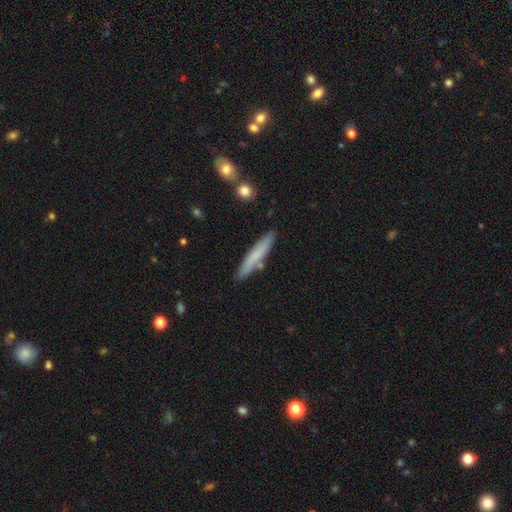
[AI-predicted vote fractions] Smooth or featured?
  - smooth: 66% *
  - featured or disk: 28%
  - star or artifact: 6%
How rounded?
  - cigar-shaped: 91% *
  - in between: 7%
  - round: 1%
Merging?
  - none: 82% *
  - minor disturbance: 12%
  - merger: 4%
  - major disturbance: 2%